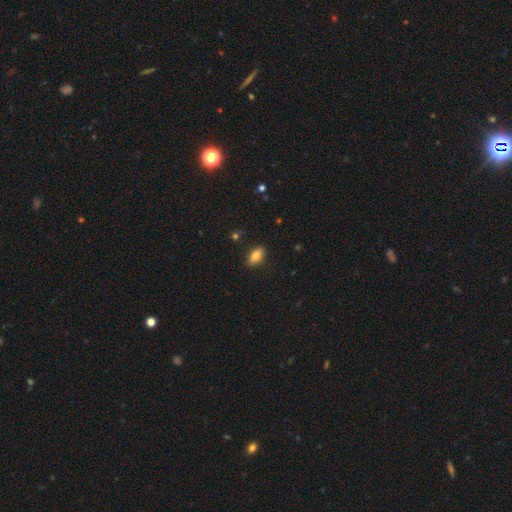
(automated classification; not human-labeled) A smooth galaxy with no disk features (82%) that is in between round and cigar-shaped (88%). Merging: none (83%).